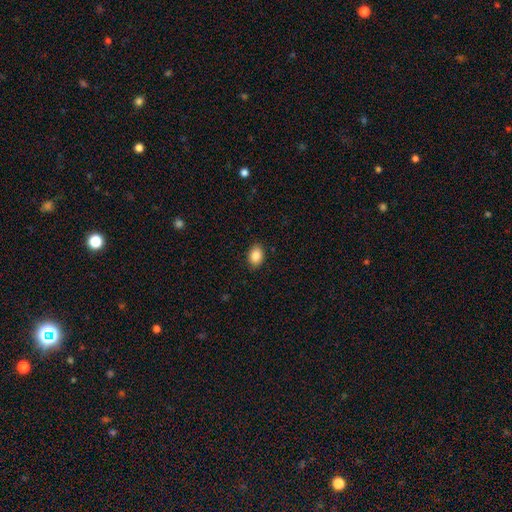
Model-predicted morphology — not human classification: This appears to be a smooth galaxy with no disk features (88%) that is in between round and cigar-shaped (80%). Merging: none (88%).